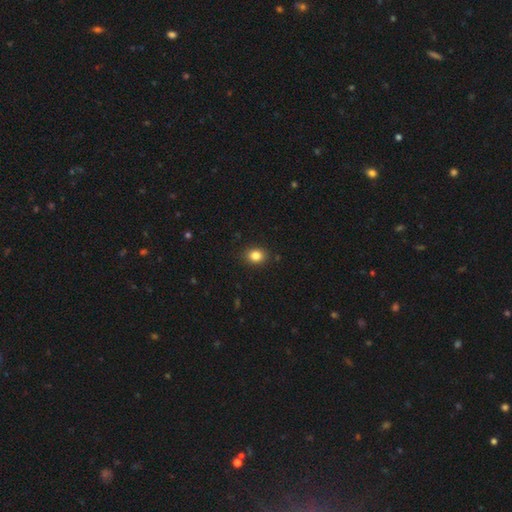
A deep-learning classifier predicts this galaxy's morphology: Smooth or featured? smooth (85%)
How rounded? round (53%)
Merging? none (89%)